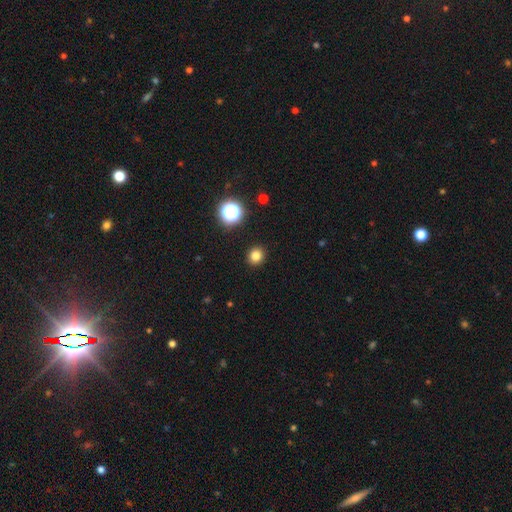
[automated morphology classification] smooth 81%, star or artifact 15%, featured or disk 5%. Down the decision tree: how rounded — round (85%); merging — none (92%).